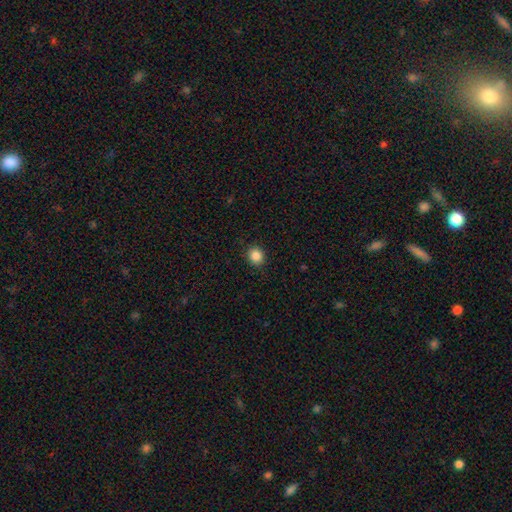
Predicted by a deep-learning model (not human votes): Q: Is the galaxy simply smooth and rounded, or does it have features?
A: smooth — 87%.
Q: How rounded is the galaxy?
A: round — 81%.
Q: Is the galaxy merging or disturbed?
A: none — 90%.